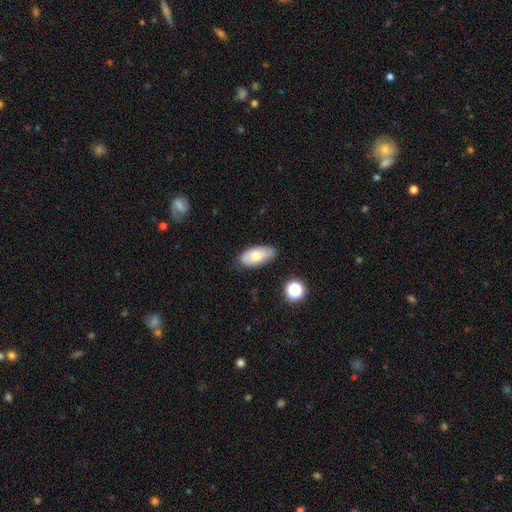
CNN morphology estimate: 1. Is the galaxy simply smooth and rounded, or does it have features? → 67% smooth, 25% featured or disk, 8% star or artifact.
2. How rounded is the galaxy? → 92% in between, 5% cigar-shaped, 3% round.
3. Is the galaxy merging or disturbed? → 77% none, 18% minor disturbance, 3% major disturbance, 2% merger.